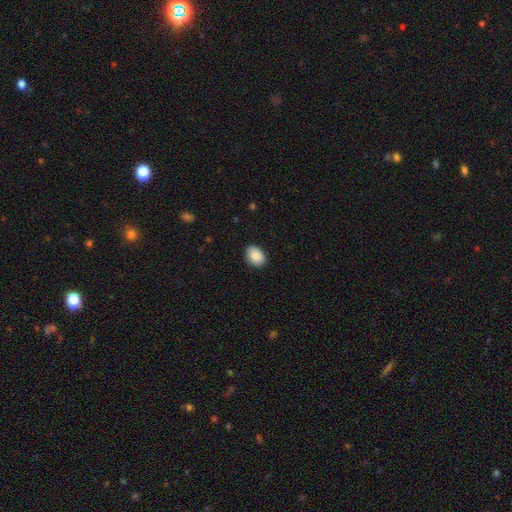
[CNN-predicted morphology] Smooth or featured?
  - smooth: 88% *
  - star or artifact: 7%
  - featured or disk: 5%
How rounded?
  - in between: 78% *
  - round: 21%
  - cigar-shaped: 1%
Merging?
  - none: 86% *
  - minor disturbance: 11%
  - major disturbance: 2%
  - merger: 1%